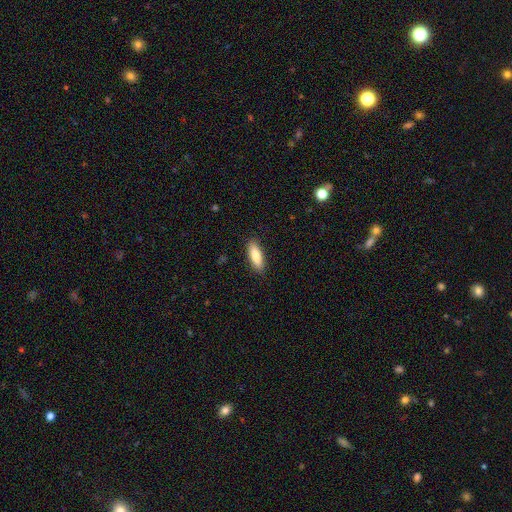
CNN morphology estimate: Smooth or featured?
  - smooth: 85% *
  - featured or disk: 9%
  - star or artifact: 6%
How rounded?
  - in between: 58% *
  - cigar-shaped: 41%
  - round: 2%
Merging?
  - none: 89% *
  - minor disturbance: 8%
  - major disturbance: 2%
  - merger: 1%